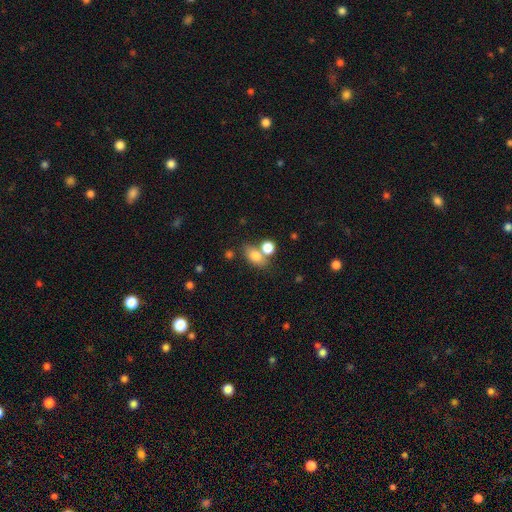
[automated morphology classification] smooth-or-featured: smooth: 79% | star or artifact: 11% | featured or disk: 11%
  how-rounded: in between: 77% | round: 20% | cigar-shaped: 3%
  merging: none: 51% | merger: 31% | minor disturbance: 12% | major disturbance: 5%